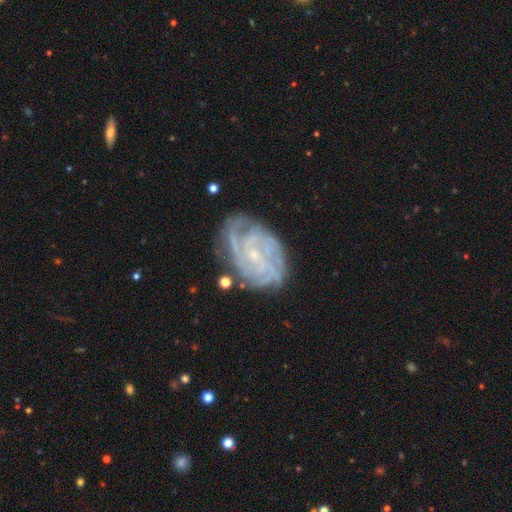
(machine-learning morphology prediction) A featured or disk galaxy (86%) with no bar (58%), 4 (26%) tight (69%) spiral arms (97%) and a small central bulge (79%).

Vote fractions:
- Smooth or featured? featured or disk: 86% / smooth: 7% / star or artifact: 6%
- Edge-on disk? no: 97% / yes: 3%
- Bar? no: 58% / weak: 33% / strong: 9%
- Spiral arms? yes: 97% / no: 3%
- Spiral winding? tight: 69% / medium: 26% / loose: 5%
- Spiral arm count? 4: 26% / can't tell: 25% / 3: 20% / 2: 12% / more than 4: 9% / 1: 7%
- Bulge size? small: 79% / moderate: 15% / none: 5% / large: 1% / dominant: 1%
- Merging? none: 71% / minor disturbance: 19% / major disturbance: 7% / merger: 2%